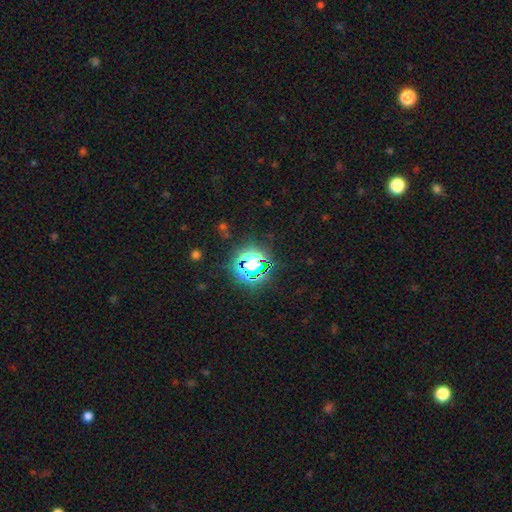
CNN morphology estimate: Smooth or featured?
  - star or artifact: 74% *
  - smooth: 17%
  - featured or disk: 9%